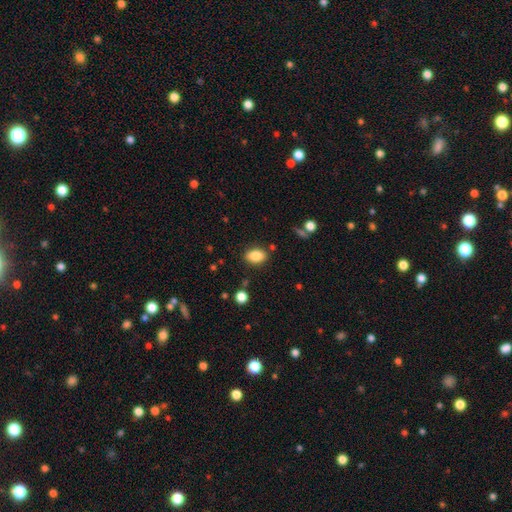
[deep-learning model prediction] Smooth or featured? smooth (84%)
How rounded? in between (83%)
Merging? none (84%)